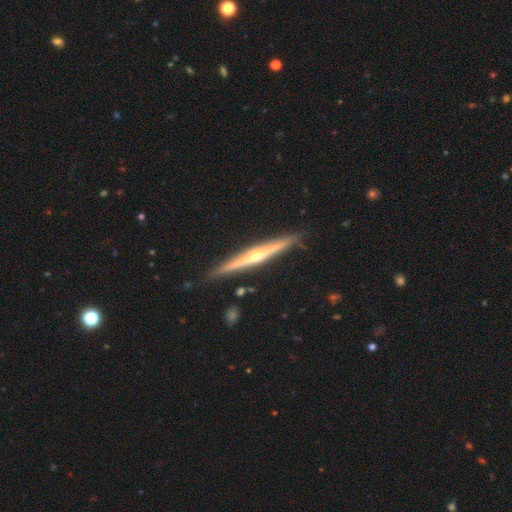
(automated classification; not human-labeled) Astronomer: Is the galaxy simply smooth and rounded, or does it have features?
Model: featured or disk — 82%.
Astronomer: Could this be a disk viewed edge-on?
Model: yes — 98%.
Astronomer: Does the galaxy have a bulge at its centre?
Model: rounded — 88%.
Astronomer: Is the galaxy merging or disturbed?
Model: none — 90%.